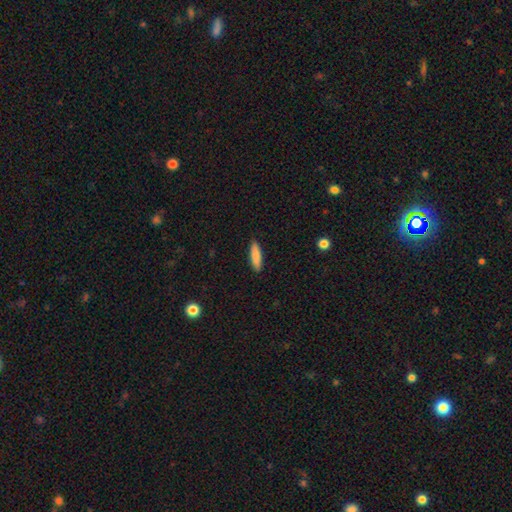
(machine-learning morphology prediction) type=smooth (82%); roundness=cigar-shaped (65%); merging=none (89%).